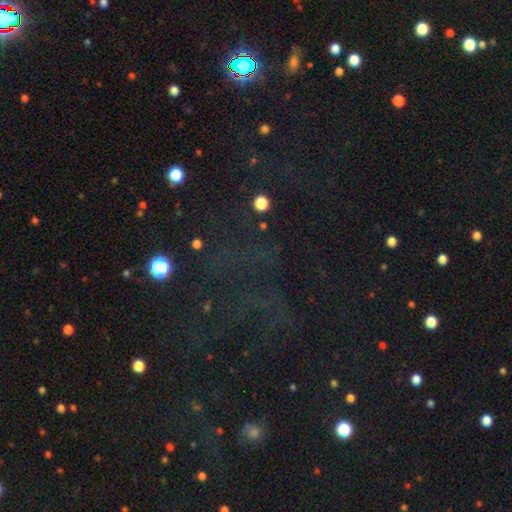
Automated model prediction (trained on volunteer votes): smooth_or_featured: star or artifact (p=0.68) [alt: smooth p=0.20]